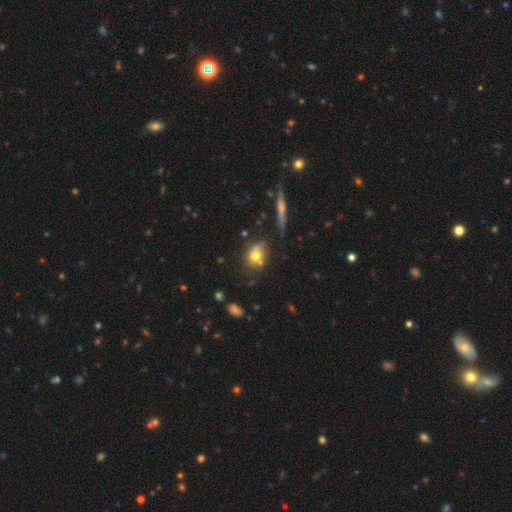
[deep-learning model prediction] Smooth or featured? Predicted: smooth (p=0.67). How rounded? Predicted: round (p=0.56). Merging? Predicted: none (p=0.54).